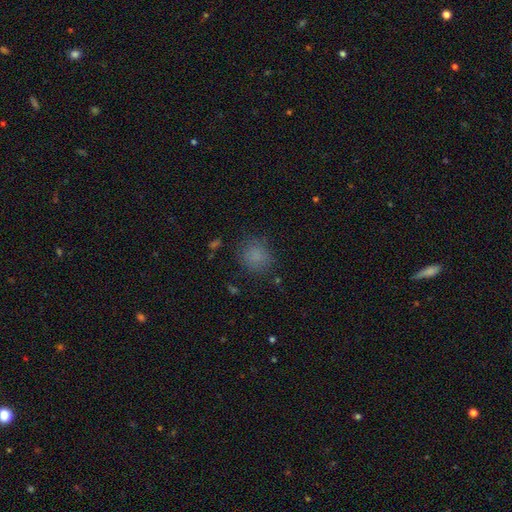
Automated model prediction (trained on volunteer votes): smooth-or-featured: smooth: 80% | star or artifact: 14% | featured or disk: 6%
  how-rounded: round: 78% | in between: 21% | cigar-shaped: 1%
  merging: none: 80% | minor disturbance: 13% | major disturbance: 5% | merger: 2%